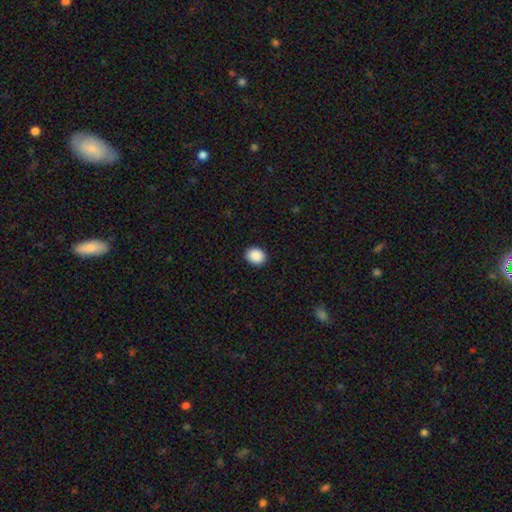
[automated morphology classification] Smooth or featured? Predicted: smooth (p=0.90). How rounded? Predicted: round (p=0.55). Merging? Predicted: none (p=0.92).